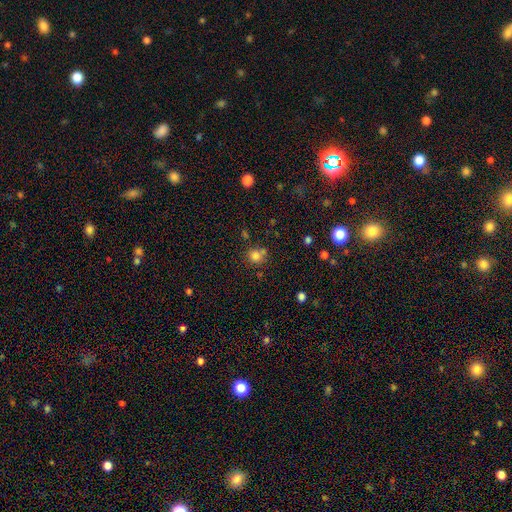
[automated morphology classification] A smooth galaxy with no disk features (79%) that is round (88%).

Vote fractions:
- Smooth or featured? smooth: 79% / star or artifact: 14% / featured or disk: 7%
- How rounded? round: 88% / in between: 11% / cigar-shaped: 1%
- Merging? none: 63% / merger: 21% / minor disturbance: 12% / major disturbance: 4%